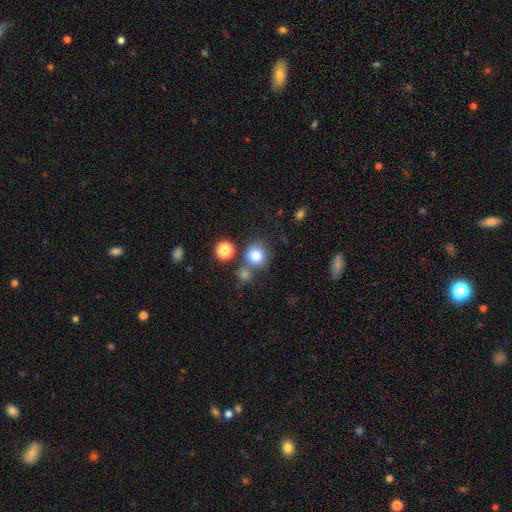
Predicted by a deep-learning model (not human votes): Smooth or featured?
  - smooth: 80% *
  - star or artifact: 13%
  - featured or disk: 7%
How rounded?
  - round: 86% *
  - in between: 13%
  - cigar-shaped: 1%
Merging?
  - none: 67% *
  - merger: 18%
  - minor disturbance: 11%
  - major disturbance: 4%